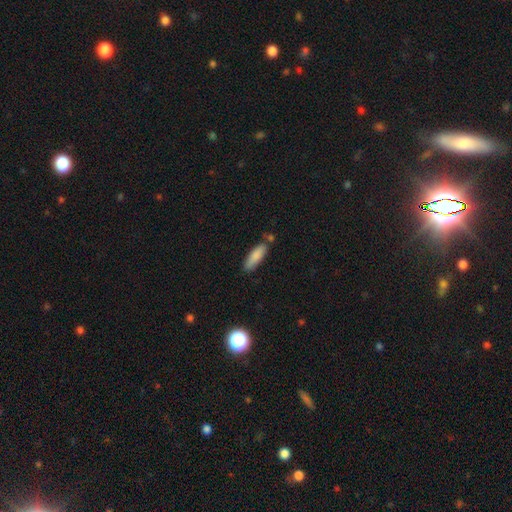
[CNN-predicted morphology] This is clearly a smooth galaxy (85%). How rounded: possibly cigar-shaped (51%). Merging: likely none (70%).